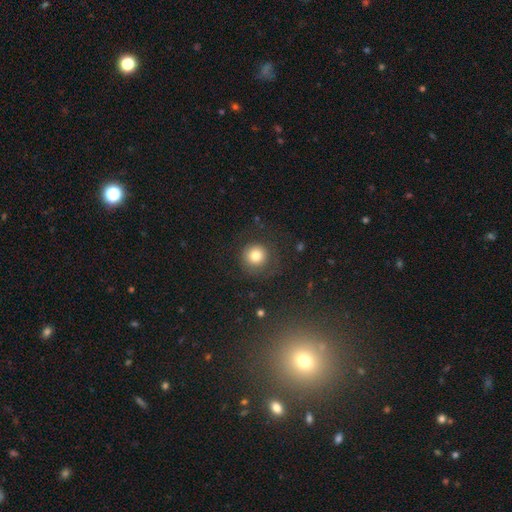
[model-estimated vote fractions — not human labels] A smooth galaxy with no disk features (80%) that is round (94%).

Vote fractions:
- Smooth or featured? smooth: 80% / star or artifact: 11% / featured or disk: 9%
- How rounded? round: 94% / in between: 5% / cigar-shaped: 1%
- Merging? none: 80% / minor disturbance: 11% / major disturbance: 8% / merger: 2%